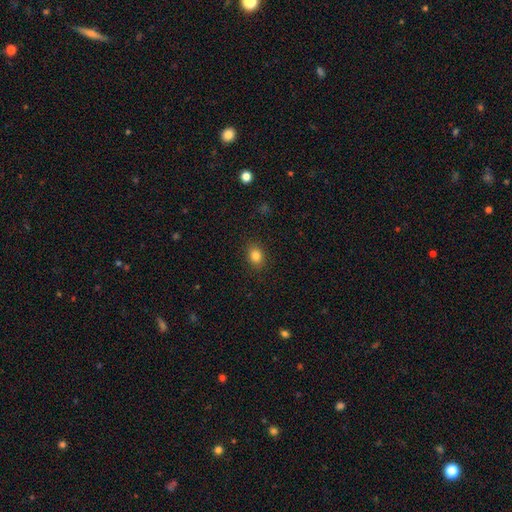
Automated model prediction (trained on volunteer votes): Smooth or featured?
  - smooth: 83% *
  - star or artifact: 11%
  - featured or disk: 6%
How rounded?
  - in between: 54% *
  - round: 45%
  - cigar-shaped: 1%
Merging?
  - none: 88% *
  - minor disturbance: 8%
  - major disturbance: 2%
  - merger: 1%